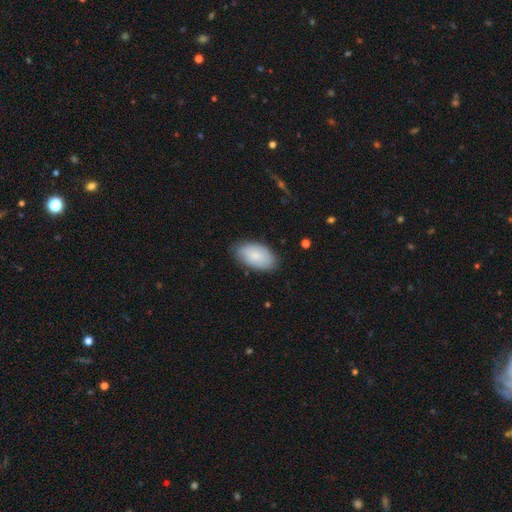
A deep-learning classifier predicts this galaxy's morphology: smooth 80%, featured or disk 14%, star or artifact 6%. Down the decision tree: how rounded — in between (95%); merging — none (80%).